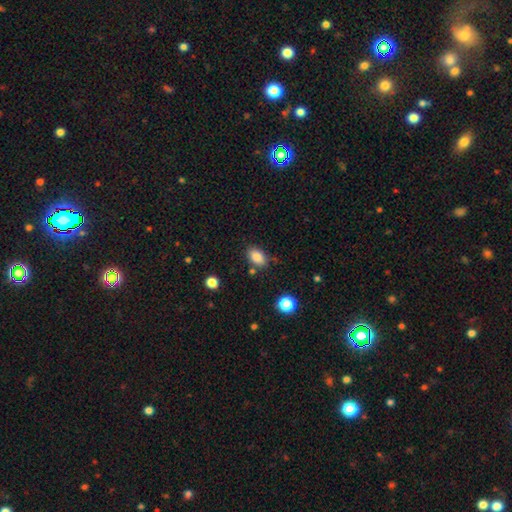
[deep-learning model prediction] Smooth or featured: smooth — 85% (star or artifact — 9%)
How rounded: in between — 87% (round — 12%)
Merging: none — 75% (minor disturbance — 16%)